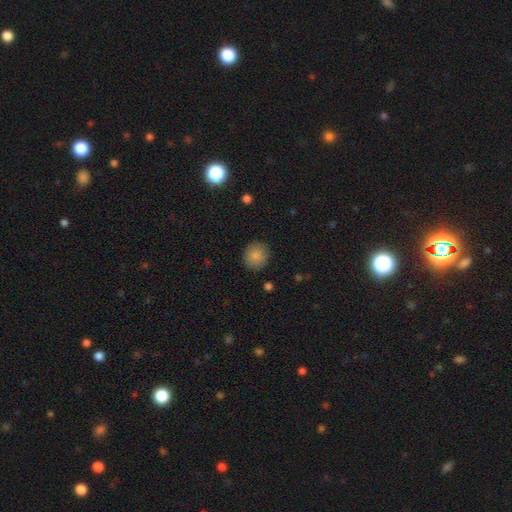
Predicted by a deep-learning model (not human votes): Q: Smooth or featured?
A: smooth (86%); runner-up: star or artifact (8%)
Q: How rounded?
A: round (84%); runner-up: in between (15%)
Q: Merging?
A: none (88%); runner-up: minor disturbance (8%)